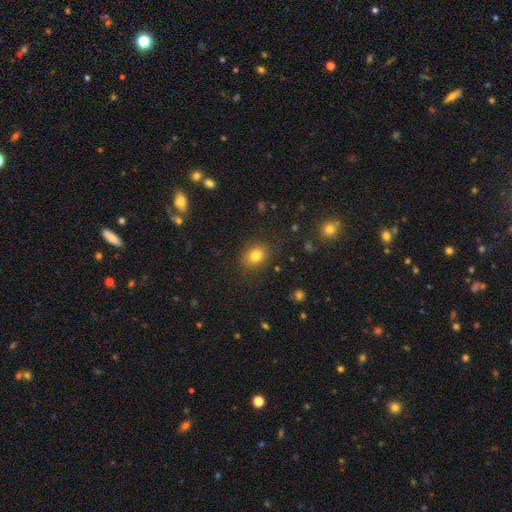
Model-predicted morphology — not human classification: Smooth or featured?
  - smooth: 80% *
  - star or artifact: 11%
  - featured or disk: 8%
How rounded?
  - in between: 52% *
  - round: 47%
  - cigar-shaped: 1%
Merging?
  - none: 84% *
  - minor disturbance: 11%
  - major disturbance: 4%
  - merger: 1%